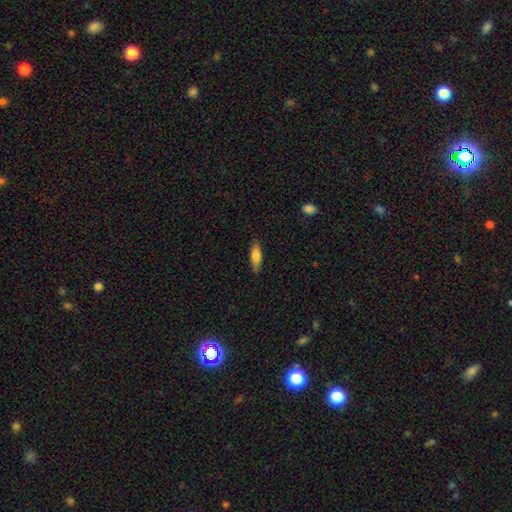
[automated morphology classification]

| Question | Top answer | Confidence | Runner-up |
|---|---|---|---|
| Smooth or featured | smooth | 76% | featured or disk (18%) |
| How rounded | in between | 49% | tied: cigar-shaped (49%) |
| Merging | none | 85% | minor disturbance (11%) |